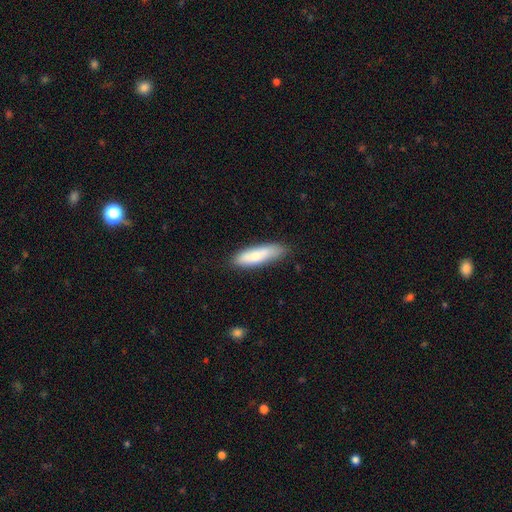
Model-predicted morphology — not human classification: A smooth galaxy with no disk features (72%) that is cigar-shaped (70%). Merging: none (84%).